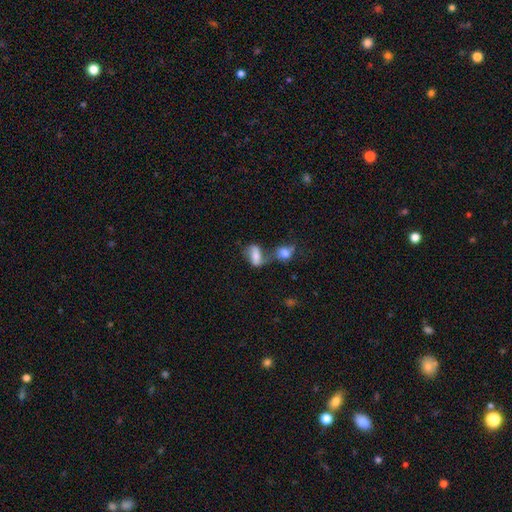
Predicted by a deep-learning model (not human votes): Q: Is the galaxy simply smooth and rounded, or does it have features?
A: smooth — 54%.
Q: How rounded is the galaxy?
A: in between — 81%.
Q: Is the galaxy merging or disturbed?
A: merger — 42%.